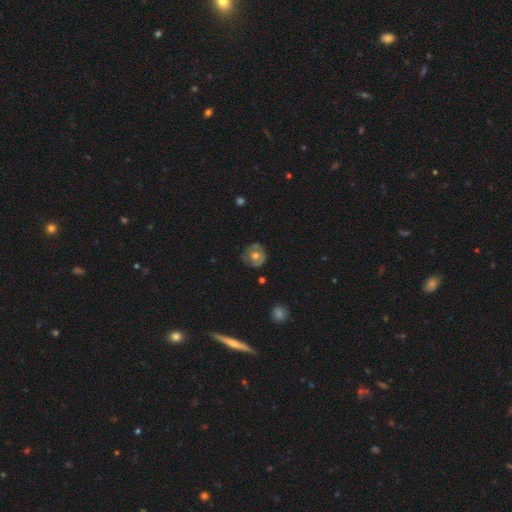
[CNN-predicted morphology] A smooth galaxy with no disk features (49%). Merging: none (68%).